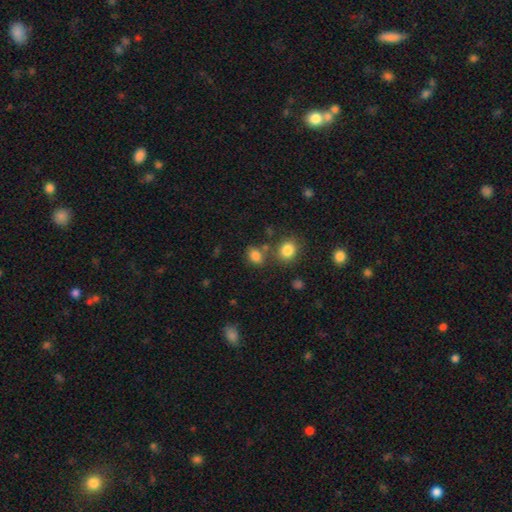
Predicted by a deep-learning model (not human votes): Smooth or featured? smooth (82%)
How rounded? in between (63%)
Merging? none (64%)